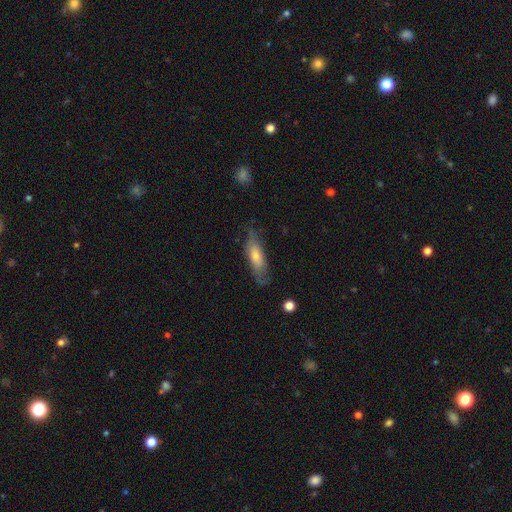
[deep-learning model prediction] A smooth galaxy with no disk features (53%) that is cigar-shaped (56%).

Vote fractions:
- Smooth or featured? smooth: 53% / featured or disk: 40% / star or artifact: 7%
- How rounded? cigar-shaped: 56% / in between: 41% / round: 2%
- Merging? none: 70% / minor disturbance: 22% / major disturbance: 7% / merger: 2%